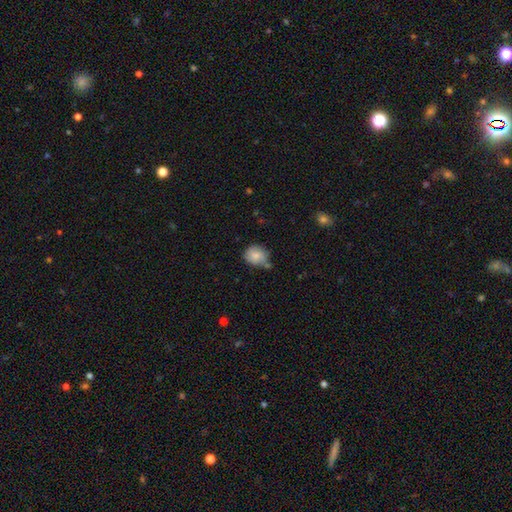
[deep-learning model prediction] Morphology: type=smooth (80%); roundness=round (70%); merging=none (53%).